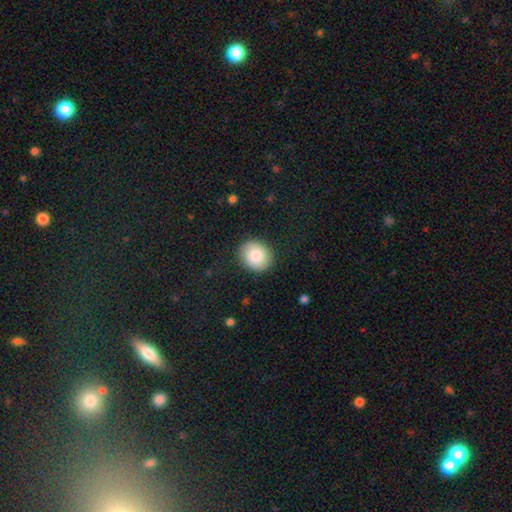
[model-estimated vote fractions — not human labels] This appears to be a smooth galaxy with no disk features (84%) that is round (75%). Merging: none (88%).